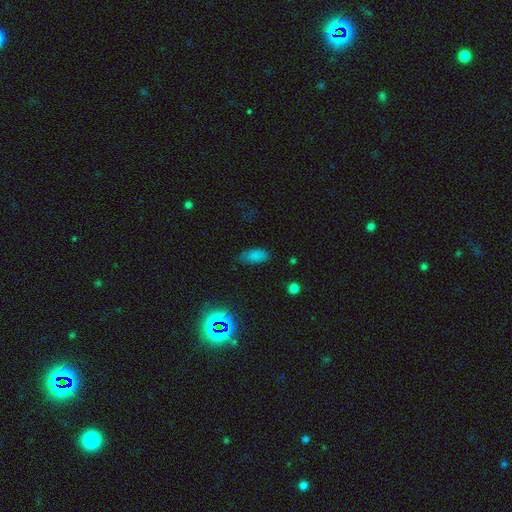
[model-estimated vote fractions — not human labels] The model was most divided on "merging": none: 73%, minor disturbance: 20%, major disturbance: 5%, merger: 2%. More confident: how rounded — in between (90%); smooth or featured — smooth (79%).